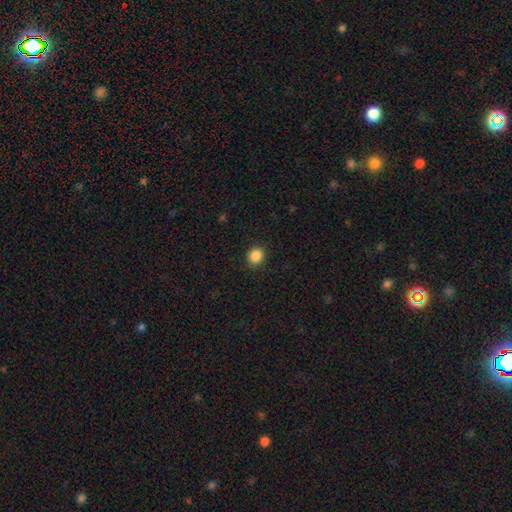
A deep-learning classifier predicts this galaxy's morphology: smooth_or_featured: smooth (p=0.87) [alt: star or artifact p=0.10]
how_rounded: round (p=0.77) [alt: in between p=0.22]
merging: none (p=0.90) [alt: minor disturbance p=0.07]